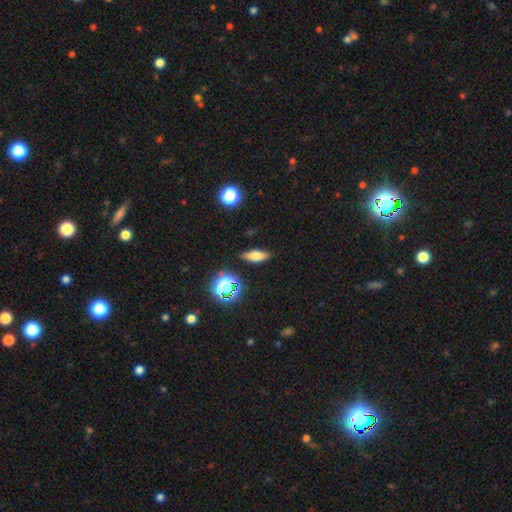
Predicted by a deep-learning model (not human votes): The model was most divided on "how rounded": in between: 58%, cigar-shaped: 34%, round: 8%. More confident: merging — none (85%); smooth or featured — smooth (61%).